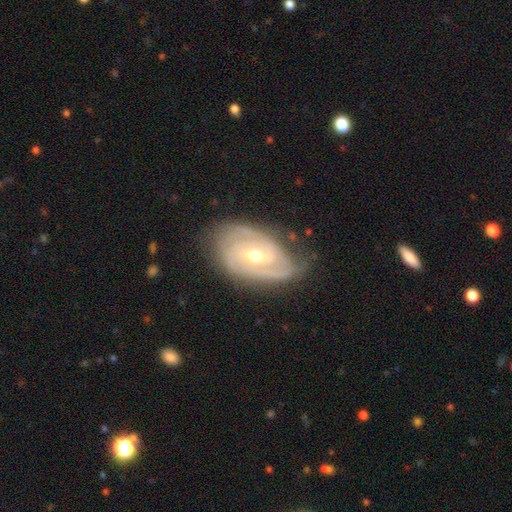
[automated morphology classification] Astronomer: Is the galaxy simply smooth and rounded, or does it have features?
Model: featured or disk — 87%.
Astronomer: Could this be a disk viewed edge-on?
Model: no — 96%.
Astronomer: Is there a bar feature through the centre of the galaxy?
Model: weak — 45% (runner-up: no, 36%).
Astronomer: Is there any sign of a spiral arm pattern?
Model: yes — 96%.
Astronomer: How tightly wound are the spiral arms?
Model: tight — 64%.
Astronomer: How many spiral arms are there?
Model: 2 — 45% (runner-up: 3, 23%).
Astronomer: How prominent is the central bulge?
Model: moderate — 61%.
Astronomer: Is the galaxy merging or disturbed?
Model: none — 71%.